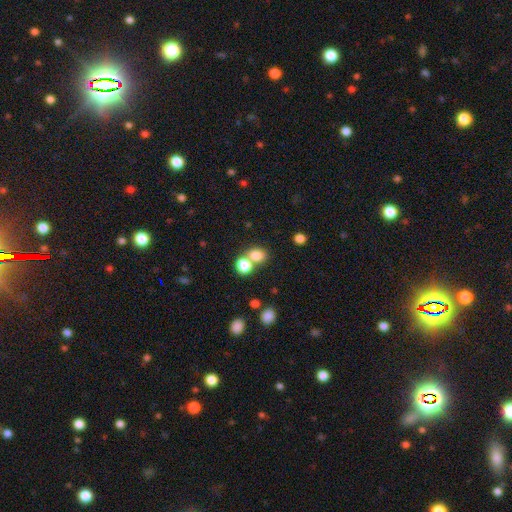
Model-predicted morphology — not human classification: A smooth galaxy with no disk features (79%) that is round (53%).

Vote fractions:
- Smooth or featured? smooth: 79% / star or artifact: 13% / featured or disk: 8%
- How rounded? round: 53% / in between: 46% / cigar-shaped: 1%
- Merging? none: 48% / merger: 39% / minor disturbance: 9% / major disturbance: 4%